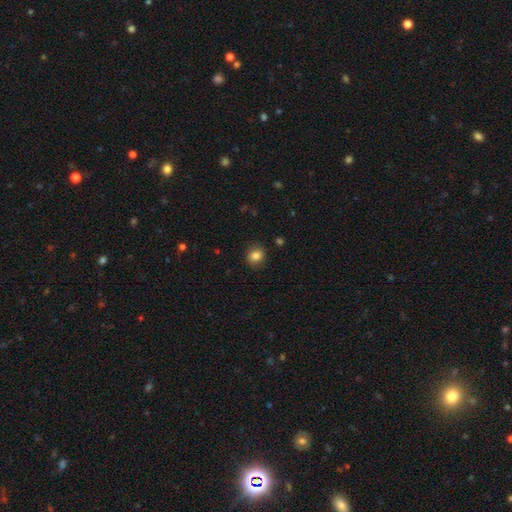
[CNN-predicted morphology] Overall: smooth (84%). How rounded: round (72%). Merging: none (86%).